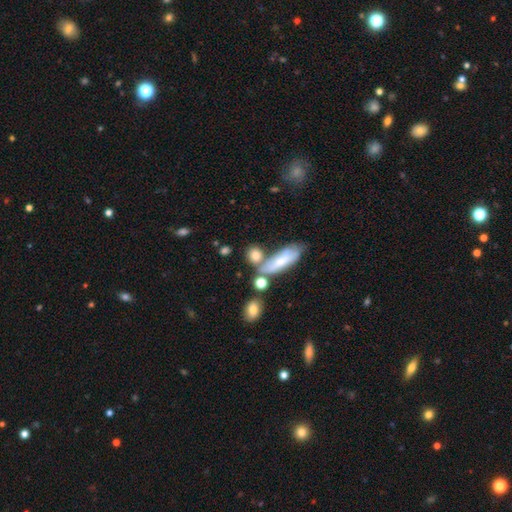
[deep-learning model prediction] Smooth or featured: smooth — 73% (featured or disk — 17%)
How rounded: round — 50% (in between — 36%)
Merging: none — 49% (merger — 28%)